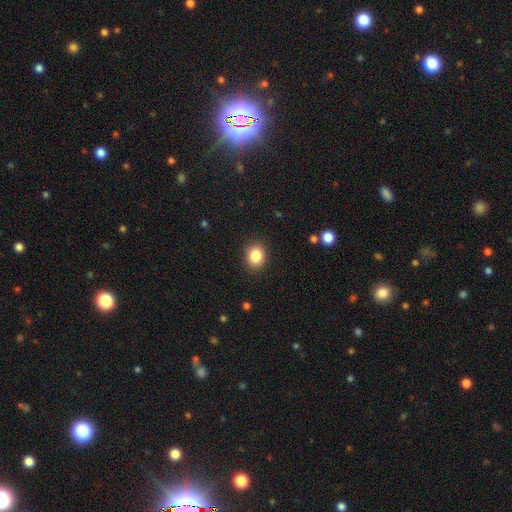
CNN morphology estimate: type=smooth (84%); roundness=round (61%); merging=none (89%).